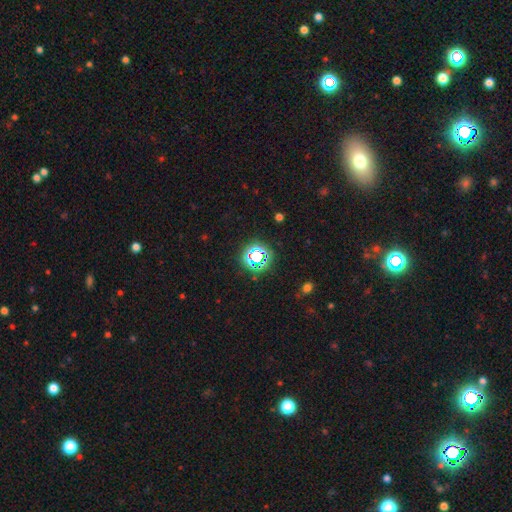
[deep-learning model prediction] Smooth or featured? star or artifact (69%)